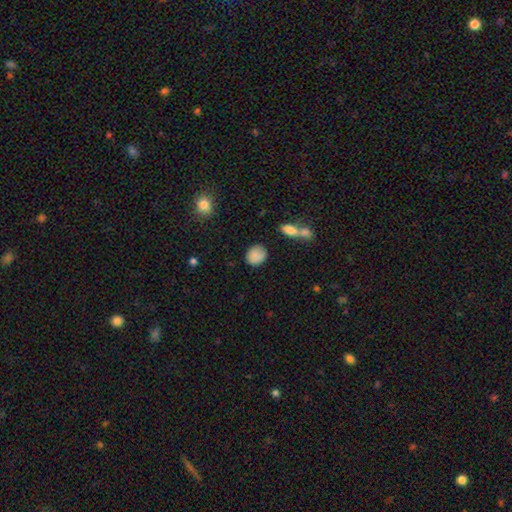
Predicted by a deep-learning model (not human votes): A smooth galaxy with no disk features (86%) that is round (69%).

Vote fractions:
- Smooth or featured? smooth: 86% / star or artifact: 8% / featured or disk: 6%
- How rounded? round: 69% / in between: 29% / cigar-shaped: 2%
- Merging? none: 80% / minor disturbance: 13% / major disturbance: 4% / merger: 3%